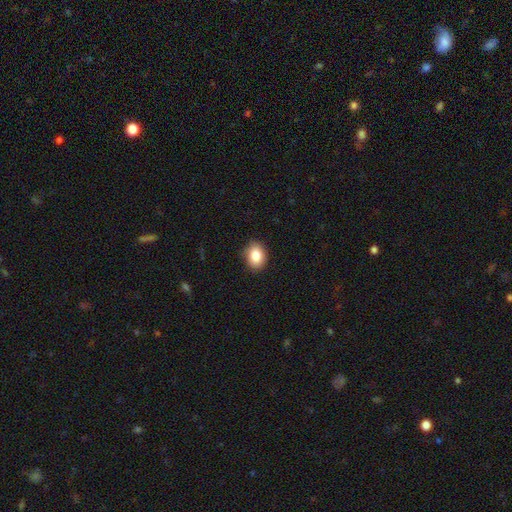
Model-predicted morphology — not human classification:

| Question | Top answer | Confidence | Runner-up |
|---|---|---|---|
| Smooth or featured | smooth | 84% | star or artifact (8%) |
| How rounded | in between | 68% | round (31%) |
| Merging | none | 87% | minor disturbance (10%) |